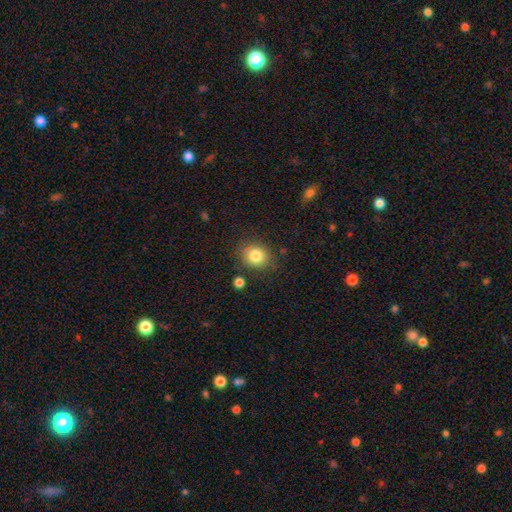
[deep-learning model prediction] Q: Smooth or featured?
A: smooth (82%); runner-up: star or artifact (10%)
Q: How rounded?
A: round (71%); runner-up: in between (28%)
Q: Merging?
A: none (81%); runner-up: minor disturbance (12%)